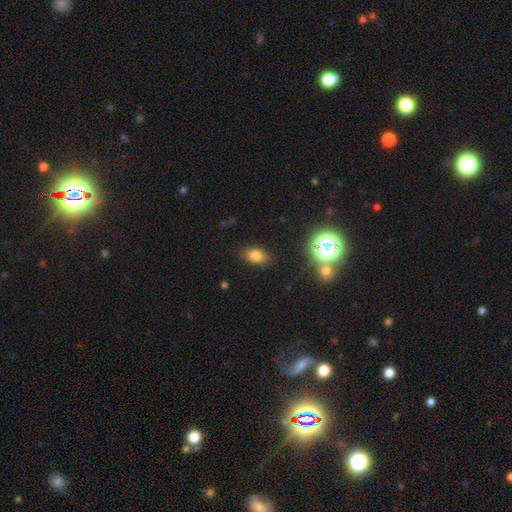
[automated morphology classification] type=smooth (77%); roundness=in between (84%); merging=none (84%).